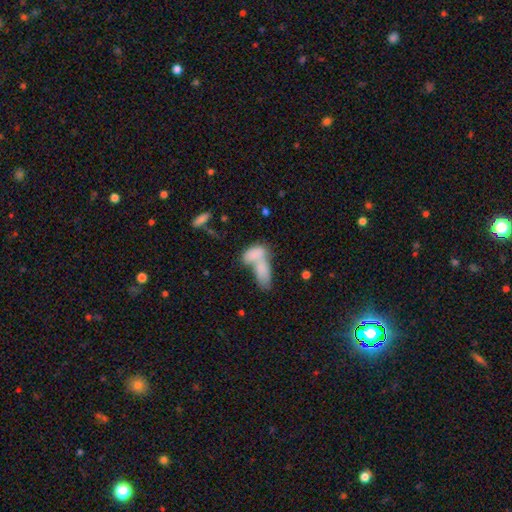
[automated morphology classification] smooth-or-featured: smooth: 79% | featured or disk: 13% | star or artifact: 7%
  how-rounded: in between: 86% | cigar-shaped: 9% | round: 5%
  merging: merger: 70% | none: 18% | minor disturbance: 7% | major disturbance: 5%